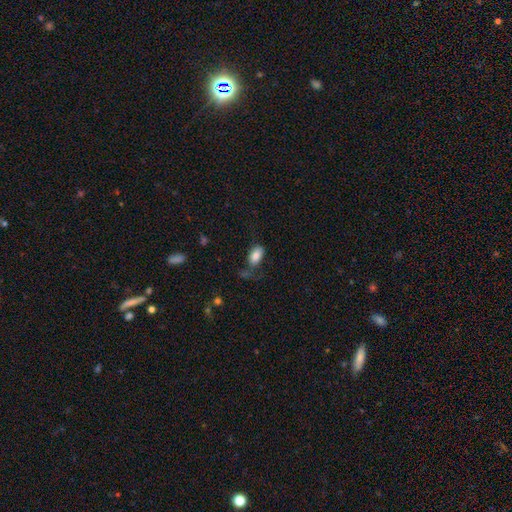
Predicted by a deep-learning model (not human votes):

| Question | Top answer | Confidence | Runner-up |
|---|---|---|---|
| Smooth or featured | smooth | 85% | featured or disk (8%) |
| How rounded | in between | 93% | round (5%) |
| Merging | none | 61% | minor disturbance (20%) |